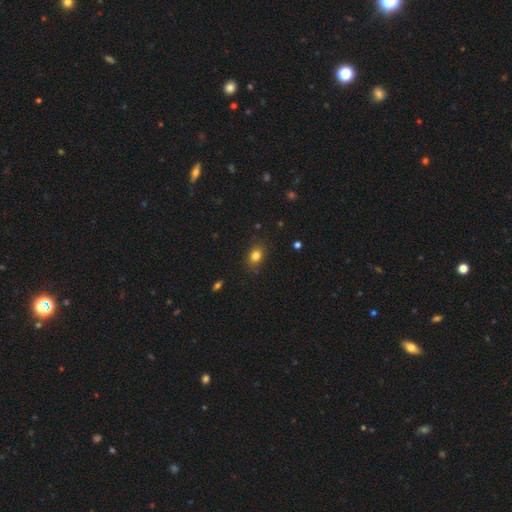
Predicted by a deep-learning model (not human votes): Morphology: type=smooth (82%); roundness=in between (64%); merging=none (83%).